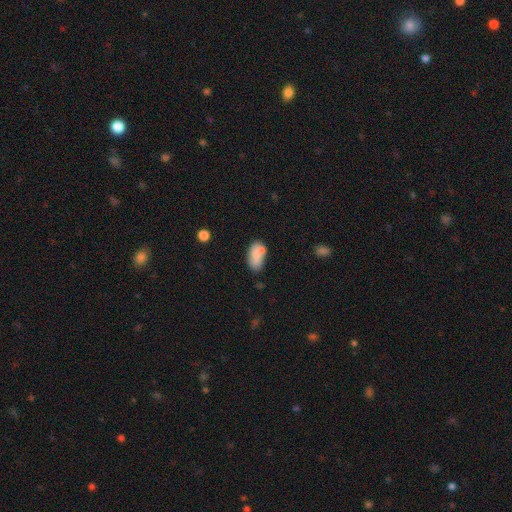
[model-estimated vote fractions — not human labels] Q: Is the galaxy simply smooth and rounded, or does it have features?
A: smooth — 78%.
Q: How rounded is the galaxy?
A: in between — 92%.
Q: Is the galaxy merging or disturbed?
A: none — 51%.